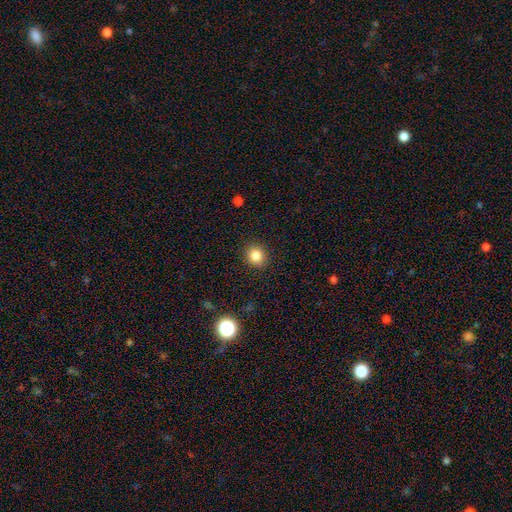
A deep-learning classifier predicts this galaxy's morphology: type=smooth (84%); roundness=round (78%); merging=none (90%).